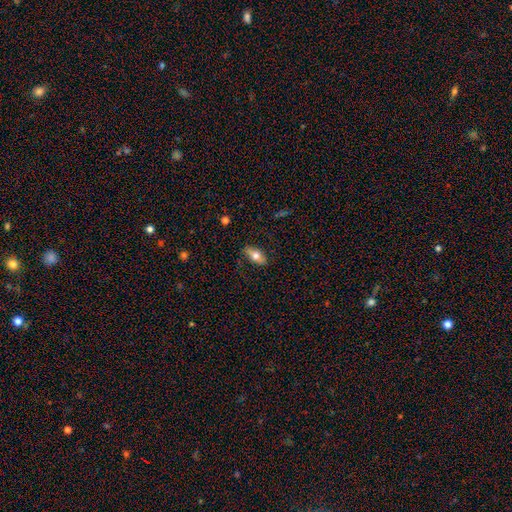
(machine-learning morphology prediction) Smooth or featured? smooth (68%)
How rounded? in between (86%)
Merging? none (77%)